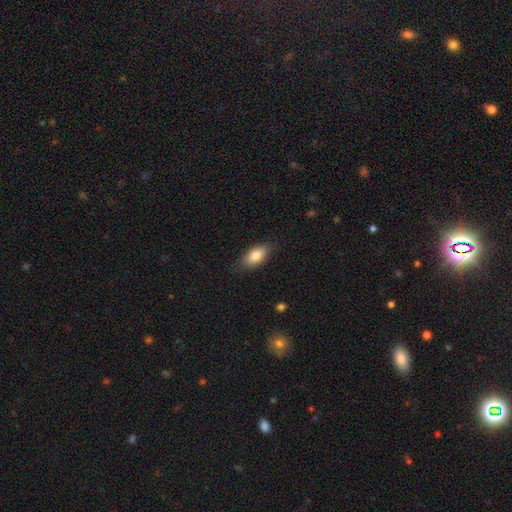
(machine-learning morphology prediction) type=smooth (82%); roundness=in between (89%); merging=none (82%).